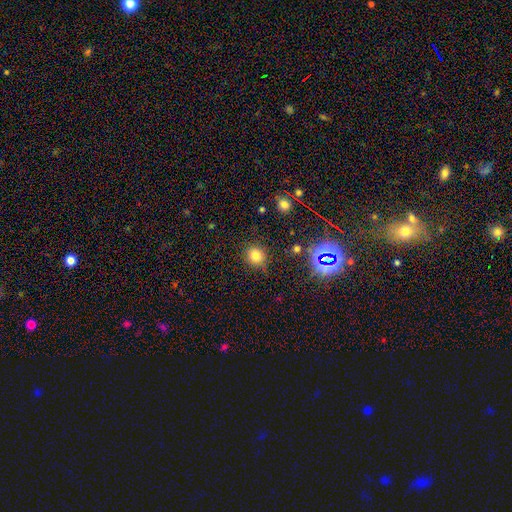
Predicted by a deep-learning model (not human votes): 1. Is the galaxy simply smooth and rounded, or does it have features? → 74% smooth, 19% star or artifact, 7% featured or disk.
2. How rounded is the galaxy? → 90% round, 9% in between, 1% cigar-shaped.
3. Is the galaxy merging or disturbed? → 82% none, 11% minor disturbance, 4% major disturbance, 3% merger.